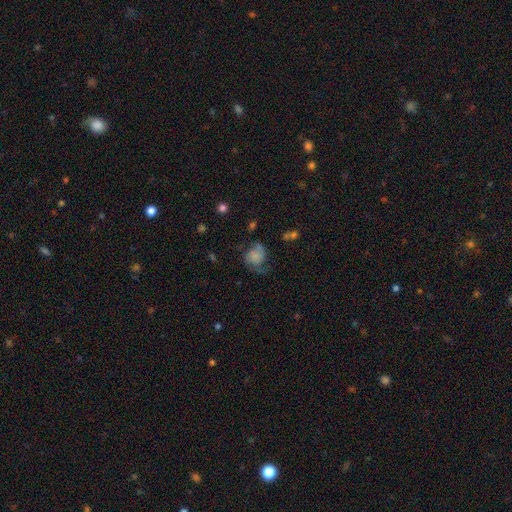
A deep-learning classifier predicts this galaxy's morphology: Overall: featured or disk (48%; smooth 42%). Merging: none (43%; major disturbance 28%).